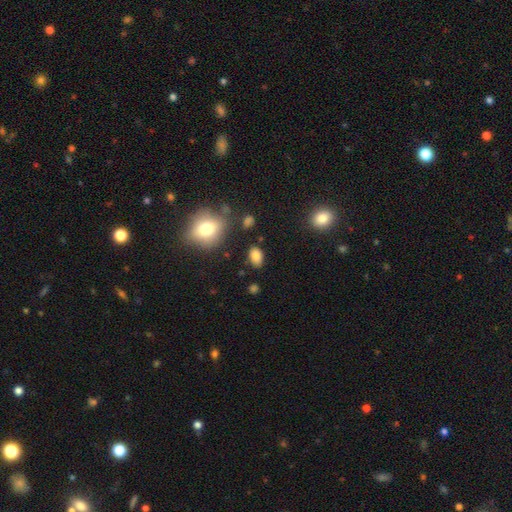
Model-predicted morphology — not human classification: smooth-or-featured: smooth: 83% | star or artifact: 10% | featured or disk: 7%
  how-rounded: in between: 86% | round: 12% | cigar-shaped: 2%
  merging: none: 79% | minor disturbance: 14% | major disturbance: 4% | merger: 3%